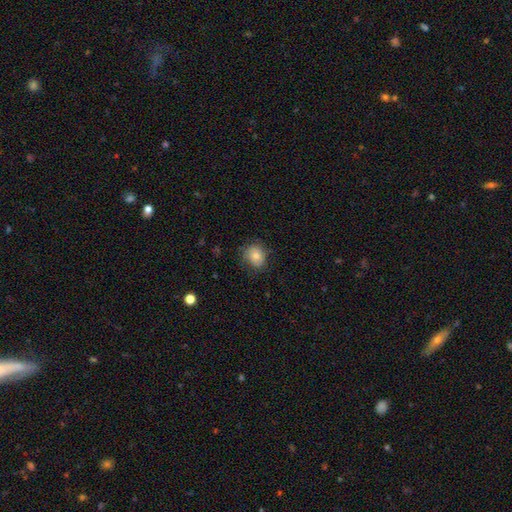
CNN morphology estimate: This is likely a smooth galaxy (77%). How rounded: likely round (69%). Merging: likely none (73%).